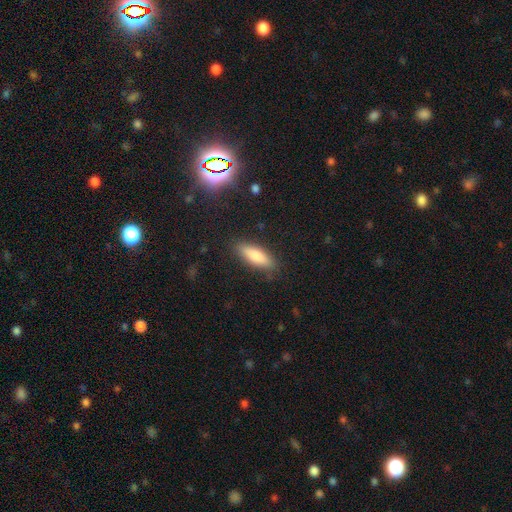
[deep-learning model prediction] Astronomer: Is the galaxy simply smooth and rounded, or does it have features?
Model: smooth — 82%.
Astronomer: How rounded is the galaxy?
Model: in between — 53% (runner-up: cigar-shaped, 45%).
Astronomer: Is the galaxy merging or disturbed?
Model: none — 85%.